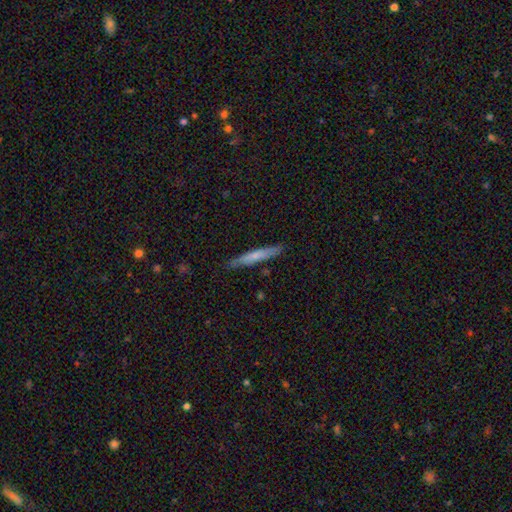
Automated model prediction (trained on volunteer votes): Q: Smooth or featured?
A: smooth (64%); runner-up: featured or disk (30%)
Q: How rounded?
A: cigar-shaped (94%); runner-up: in between (5%)
Q: Merging?
A: none (84%); runner-up: minor disturbance (12%)